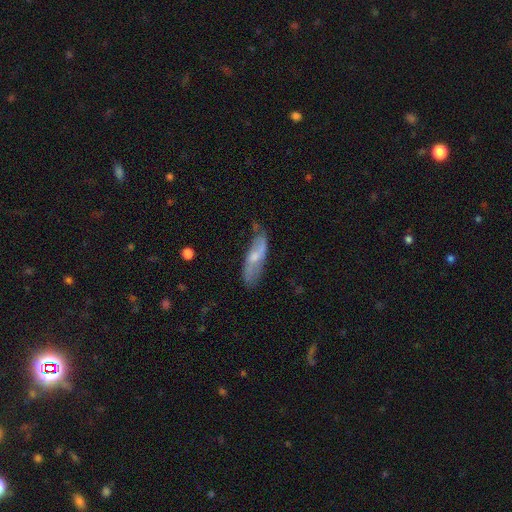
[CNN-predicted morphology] featured or disk 53%, smooth 40%, star or artifact 7%. Down the decision tree: edge-on disk — no (74%); merging — none (63%).